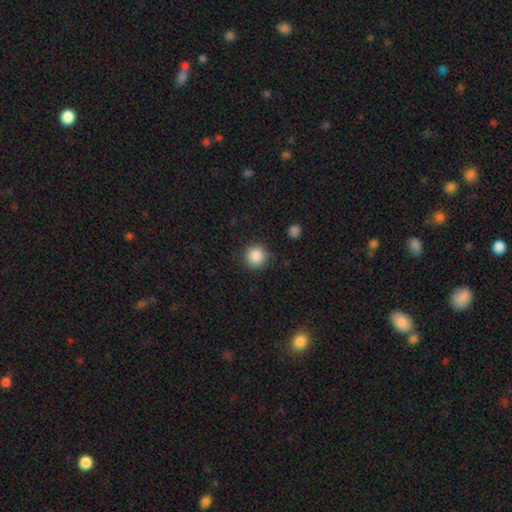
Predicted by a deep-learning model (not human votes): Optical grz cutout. It shows a smooth galaxy with no disk features (87%) that is round (95%). Merging: none (89%).